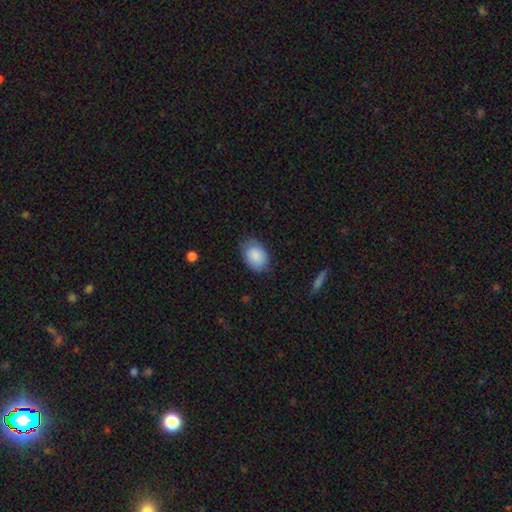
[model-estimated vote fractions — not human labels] Q: Smooth or featured?
A: smooth (87%); runner-up: star or artifact (7%)
Q: How rounded?
A: in between (80%); runner-up: round (19%)
Q: Merging?
A: none (74%); runner-up: minor disturbance (21%)